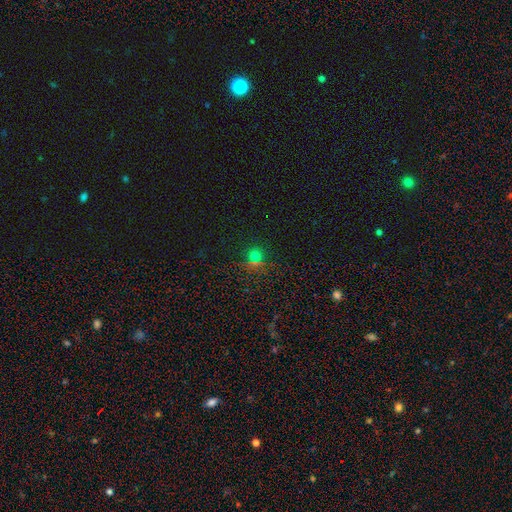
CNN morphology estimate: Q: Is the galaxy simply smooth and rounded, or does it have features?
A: smooth — 55%.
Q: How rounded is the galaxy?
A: round — 88%.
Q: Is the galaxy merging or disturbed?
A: none — 73%.